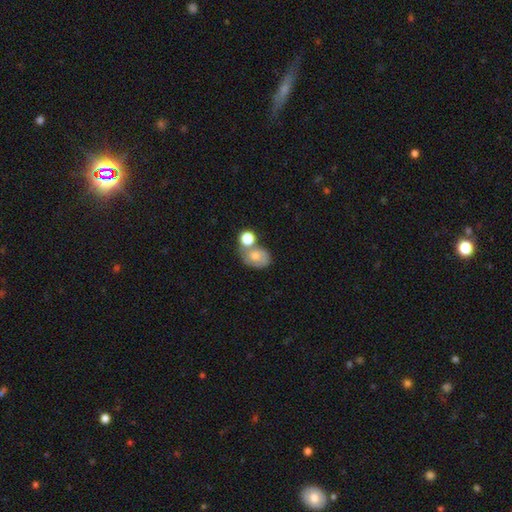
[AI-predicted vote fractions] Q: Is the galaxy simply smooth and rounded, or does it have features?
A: smooth — 66%.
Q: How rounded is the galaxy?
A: in between — 59%.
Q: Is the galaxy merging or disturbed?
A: merger — 38%.